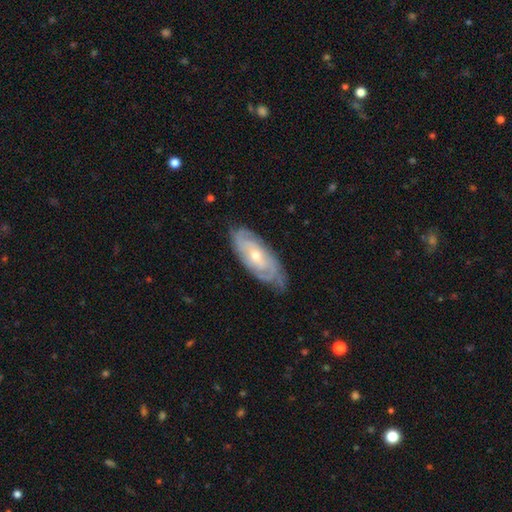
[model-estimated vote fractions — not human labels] This appears to be a featured or disk galaxy (81%) with no bar (64%), tight (71%) spiral arms (93%) and a small central bulge (52%). Merging: none (72%).